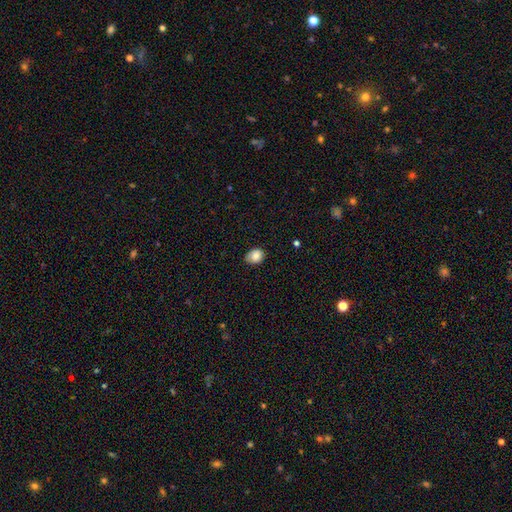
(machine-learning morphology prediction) A smooth galaxy with no disk features (82%) that is in between round and cigar-shaped (56%). Merging: none (67%).